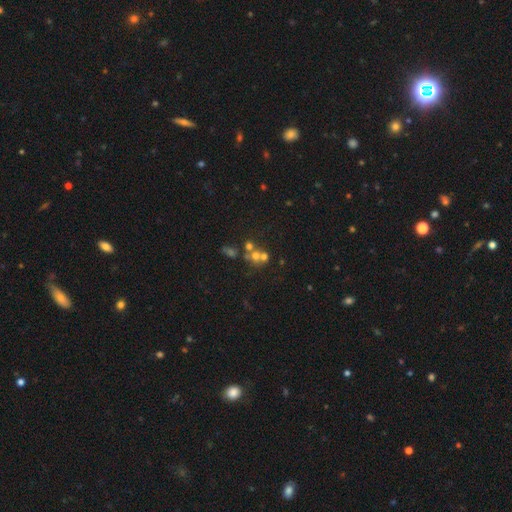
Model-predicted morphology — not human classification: Smooth or featured? smooth (51%)
How rounded? round (79%)
Merging? merger (48%)